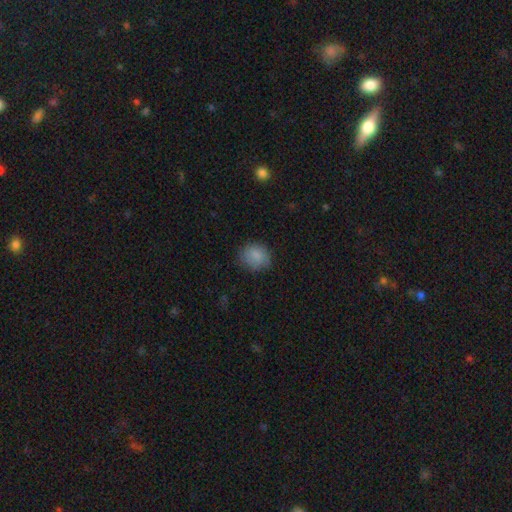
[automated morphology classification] This appears to be a smooth galaxy with no disk features (85%) that is round (75%). Merging: none (76%).